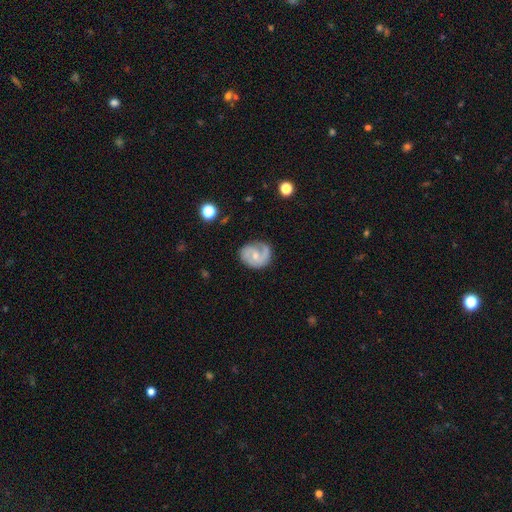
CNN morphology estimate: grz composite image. It shows a featured or disk galaxy (78%) with no bar (51%), 2 (71%) medium (46%) spiral arms (94%) and a small central bulge (52%). Merging: none (70%).